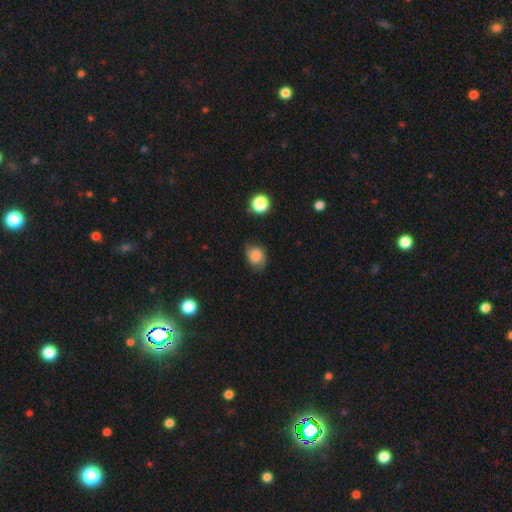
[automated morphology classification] Overall: smooth (70%). How rounded: round (51%; in between 48%). Merging: none (65%; minor disturbance 27%).